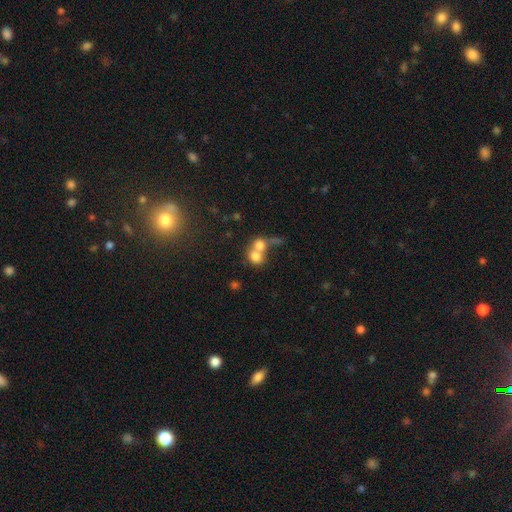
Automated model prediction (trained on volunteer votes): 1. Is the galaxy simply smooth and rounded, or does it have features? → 72% smooth, 18% featured or disk, 10% star or artifact.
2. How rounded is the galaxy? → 61% round, 37% in between, 1% cigar-shaped.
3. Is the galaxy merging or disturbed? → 68% merger, 21% none, 6% major disturbance, 5% minor disturbance.